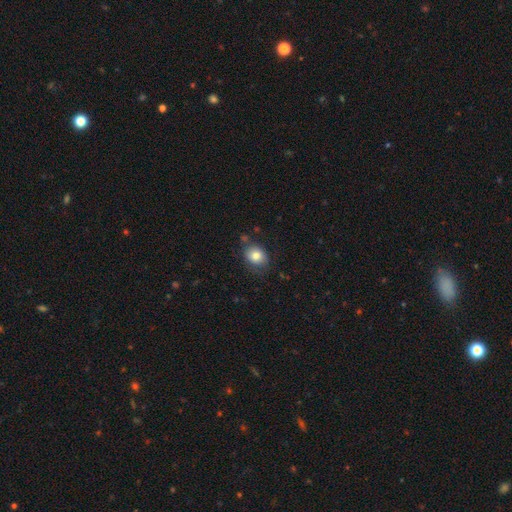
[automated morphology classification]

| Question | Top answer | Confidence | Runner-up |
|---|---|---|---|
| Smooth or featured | smooth | 81% | featured or disk (10%) |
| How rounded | round | 55% | in between (44%) |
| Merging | none | 74% | minor disturbance (17%) |